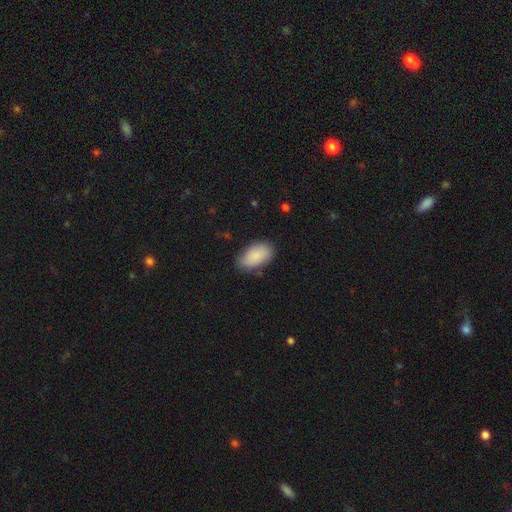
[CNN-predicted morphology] smooth_or_featured: smooth (p=0.84) [alt: featured or disk p=0.09]
how_rounded: in between (p=0.94) [alt: round p=0.05]
merging: none (p=0.76) [alt: minor disturbance p=0.19]